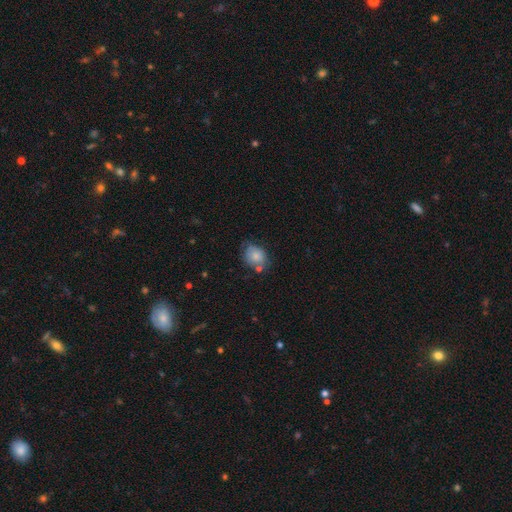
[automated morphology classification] smooth-or-featured: smooth: 76% | featured or disk: 15% | star or artifact: 8%
  how-rounded: round: 51% | in between: 48% | cigar-shaped: 1%
  merging: none: 57% | minor disturbance: 26% | merger: 10% | major disturbance: 7%